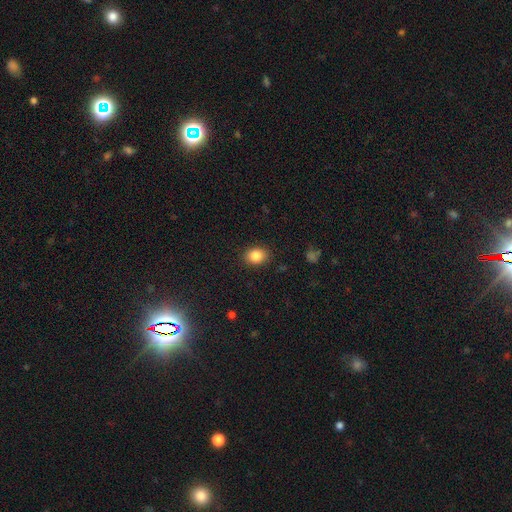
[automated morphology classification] smooth-or-featured: smooth: 85% | star or artifact: 9% | featured or disk: 5%
  how-rounded: in between: 60% | round: 40% | cigar-shaped: 1%
  merging: none: 88% | minor disturbance: 9% | major disturbance: 2% | merger: 1%